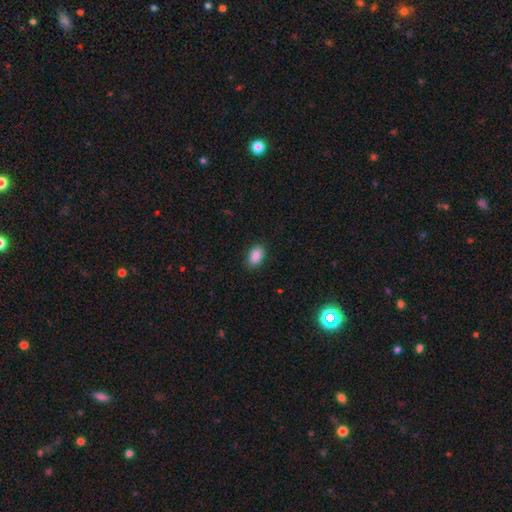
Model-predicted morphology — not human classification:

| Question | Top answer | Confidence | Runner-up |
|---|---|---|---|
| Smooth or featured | smooth | 89% | star or artifact (8%) |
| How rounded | in between | 91% | round (7%) |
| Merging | none | 88% | minor disturbance (9%) |